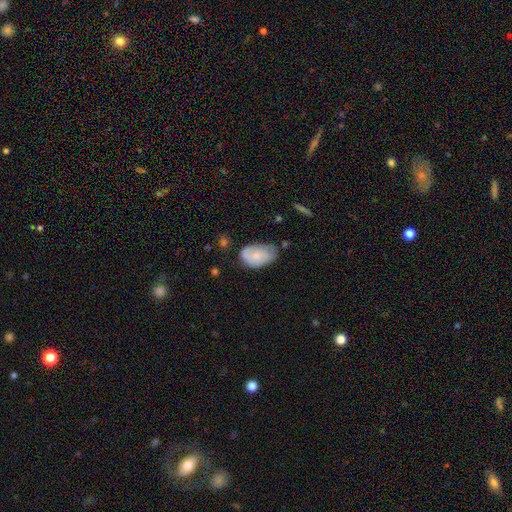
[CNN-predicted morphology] smooth 68%, featured or disk 25%, star or artifact 7%. Down the decision tree: how rounded — in between (92%); merging — none (46%).